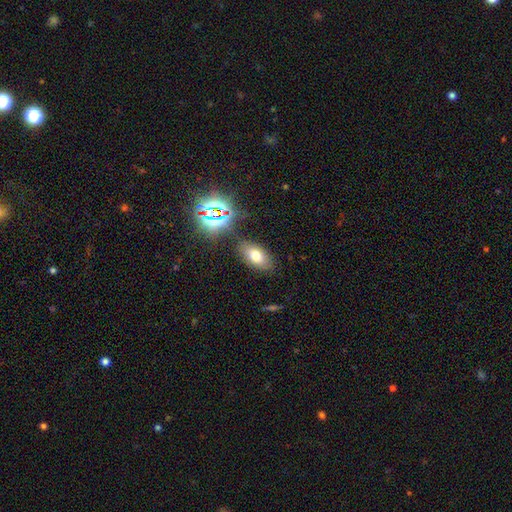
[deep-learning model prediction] Smooth or featured? smooth (69%)
How rounded? in between (88%)
Merging? none (82%)